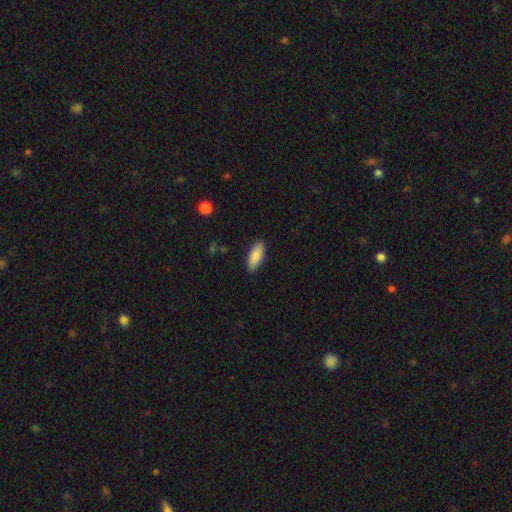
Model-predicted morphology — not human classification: smooth-or-featured: smooth: 88% | featured or disk: 7% | star or artifact: 6%
  how-rounded: in between: 75% | cigar-shaped: 23% | round: 2%
  merging: none: 87% | minor disturbance: 10% | major disturbance: 2% | merger: 1%